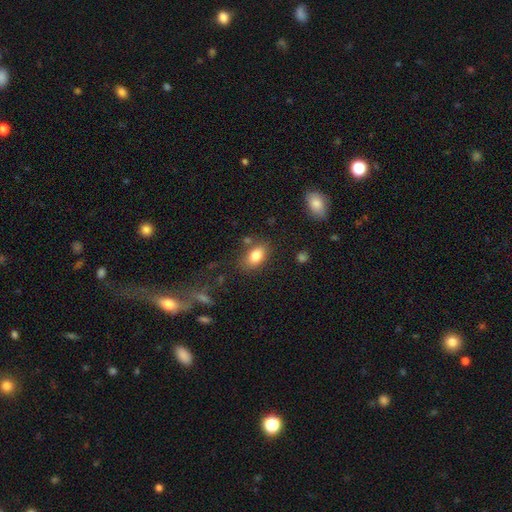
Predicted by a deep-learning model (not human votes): The model was most divided on "merging": none: 76%, minor disturbance: 14%, merger: 6%, major disturbance: 4%. More confident: how rounded — in between (88%); smooth or featured — smooth (83%).